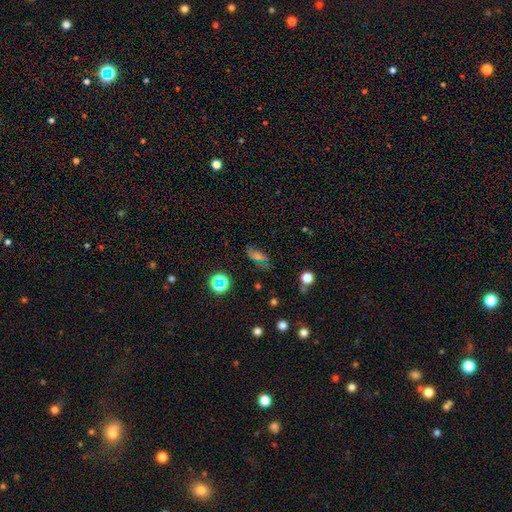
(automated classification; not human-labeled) smooth_or_featured: featured or disk (p=0.38) [alt: smooth p=0.34]
merging: none (p=0.73) [alt: minor disturbance p=0.16]